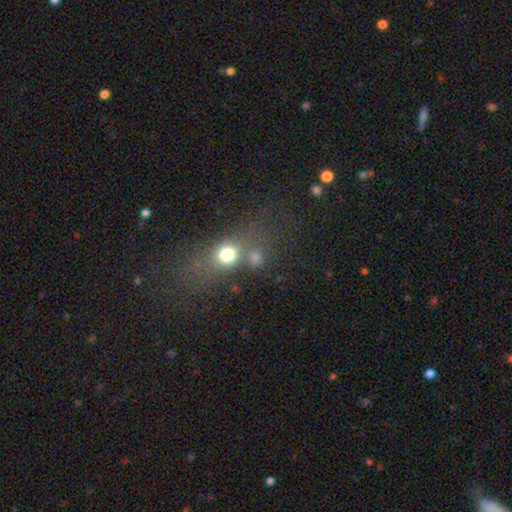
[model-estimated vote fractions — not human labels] This is likely a smooth galaxy (66%). How rounded: likely round (68%). Merging: marginally none (43%).